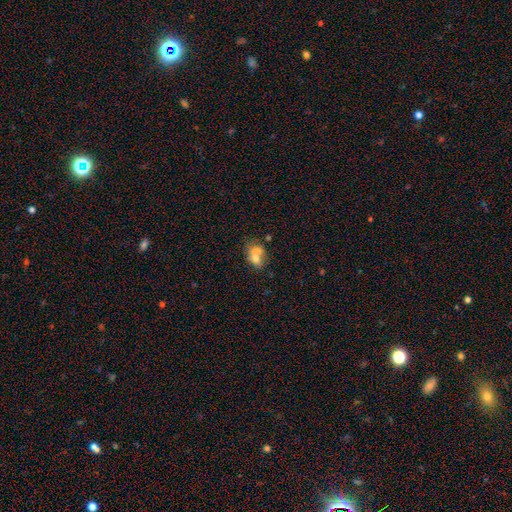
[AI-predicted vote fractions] A smooth galaxy with no disk features (64%) that is in between round and cigar-shaped (58%). Merging: merger (59%).